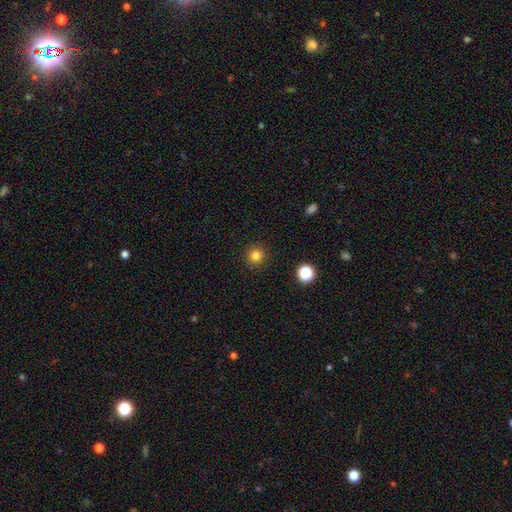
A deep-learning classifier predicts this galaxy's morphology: Smooth or featured? Predicted: smooth (p=0.82). How rounded? Predicted: round (p=0.95). Merging? Predicted: none (p=0.91).